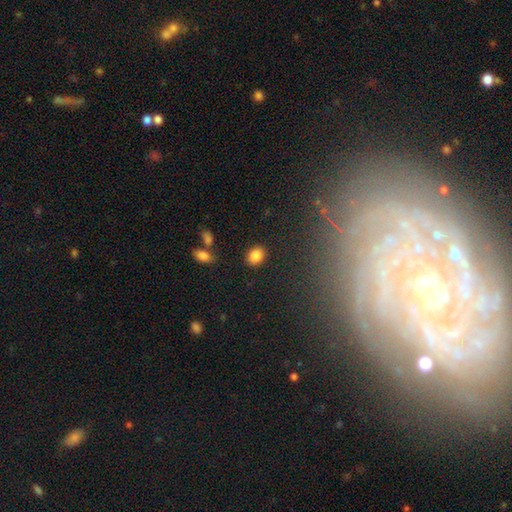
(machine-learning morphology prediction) Q: Smooth or featured?
A: smooth (87%); runner-up: star or artifact (9%)
Q: How rounded?
A: in between (57%); runner-up: round (42%)
Q: Merging?
A: none (86%); runner-up: minor disturbance (9%)